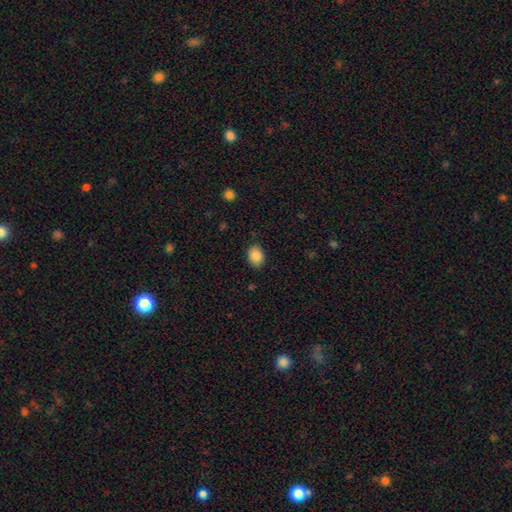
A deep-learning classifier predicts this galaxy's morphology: type=smooth (87%); roundness=in between (70%); merging=none (87%).